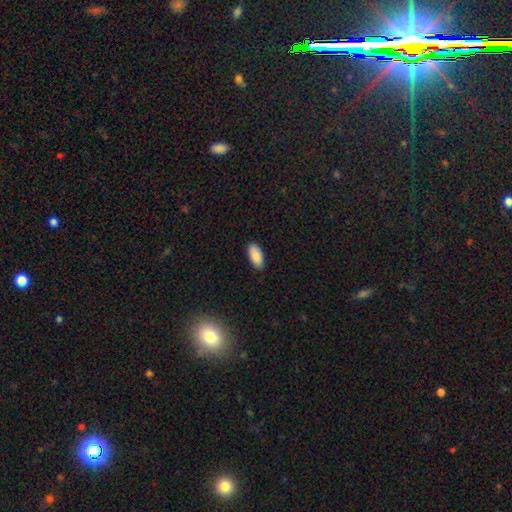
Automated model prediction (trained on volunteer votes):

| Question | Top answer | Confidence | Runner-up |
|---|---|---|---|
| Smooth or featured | smooth | 89% | star or artifact (6%) |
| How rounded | in between | 91% | cigar-shaped (7%) |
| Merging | none | 86% | minor disturbance (11%) |